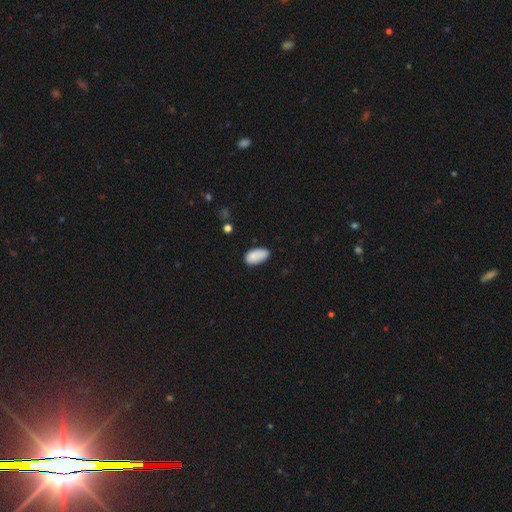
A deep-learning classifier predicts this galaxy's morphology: A smooth galaxy with no disk features (85%) that is in between round and cigar-shaped (94%).

Vote fractions:
- Smooth or featured? smooth: 85% / star or artifact: 8% / featured or disk: 7%
- How rounded? in between: 94% / round: 3% / cigar-shaped: 2%
- Merging? none: 66% / minor disturbance: 26% / major disturbance: 5% / merger: 3%